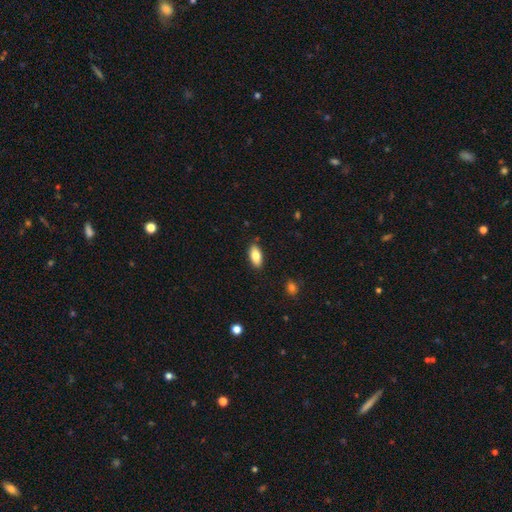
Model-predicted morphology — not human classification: Smooth or featured?
  - smooth: 81% *
  - featured or disk: 12%
  - star or artifact: 7%
How rounded?
  - in between: 90% *
  - cigar-shaped: 8%
  - round: 3%
Merging?
  - none: 87% *
  - minor disturbance: 10%
  - major disturbance: 2%
  - merger: 1%